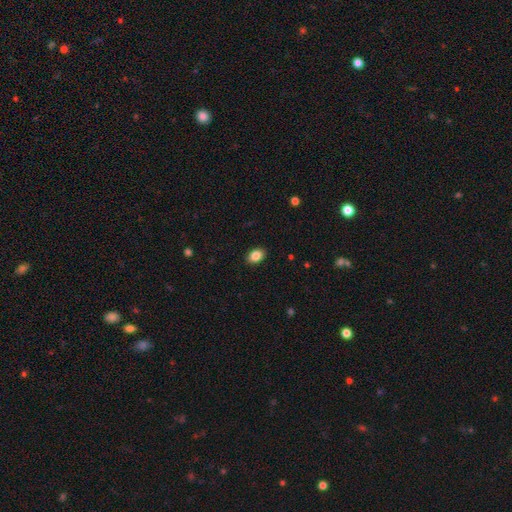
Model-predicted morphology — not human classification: The model was most divided on "how rounded": in between: 83%, round: 16%, cigar-shaped: 1%. More confident: merging — none (89%); smooth or featured — smooth (87%).